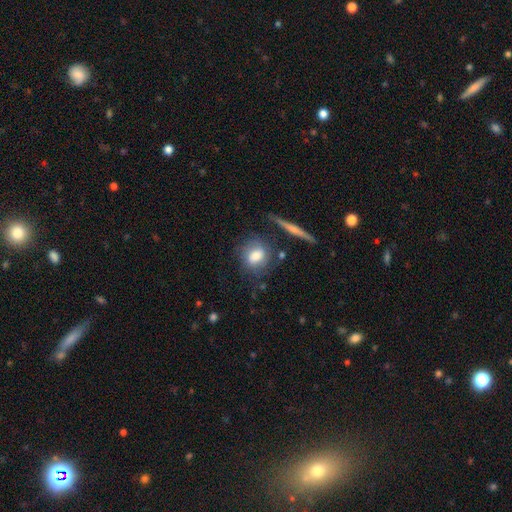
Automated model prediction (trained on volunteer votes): This is likely a smooth galaxy (65%). How rounded: possibly round (55%). Merging: likely none (67%).